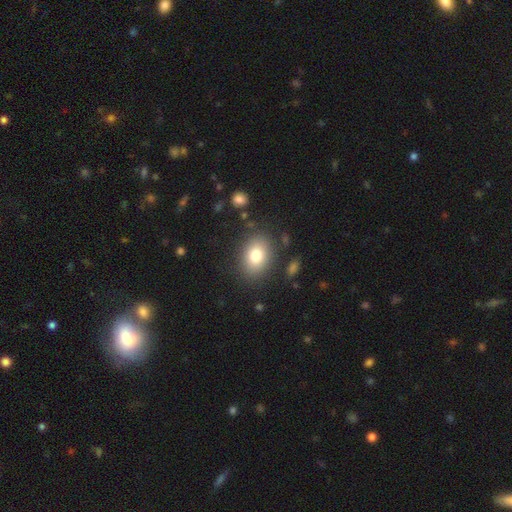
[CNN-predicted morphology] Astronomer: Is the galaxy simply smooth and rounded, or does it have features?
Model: smooth — 78%.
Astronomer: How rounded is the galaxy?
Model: in between — 70%.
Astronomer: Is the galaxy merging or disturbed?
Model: none — 84%.